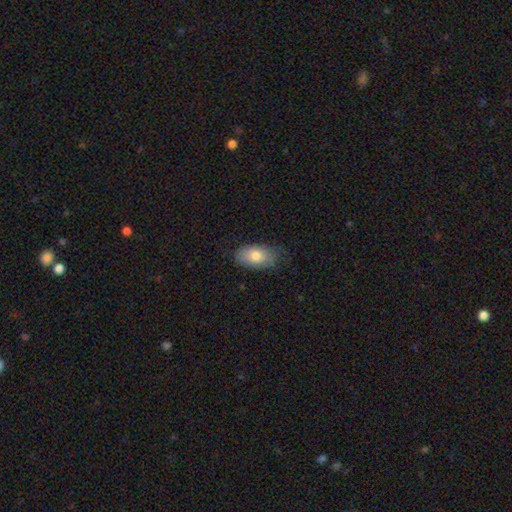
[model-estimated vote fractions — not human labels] A smooth galaxy with no disk features (79%) that is in between round and cigar-shaped (92%). Merging: none (72%).